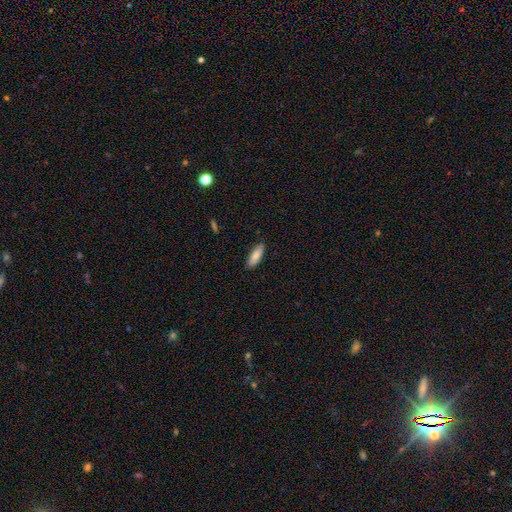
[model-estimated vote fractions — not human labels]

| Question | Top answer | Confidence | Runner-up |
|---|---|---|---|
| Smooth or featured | smooth | 81% | featured or disk (13%) |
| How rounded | in between | 56% | cigar-shaped (43%) |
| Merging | none | 88% | minor disturbance (9%) |